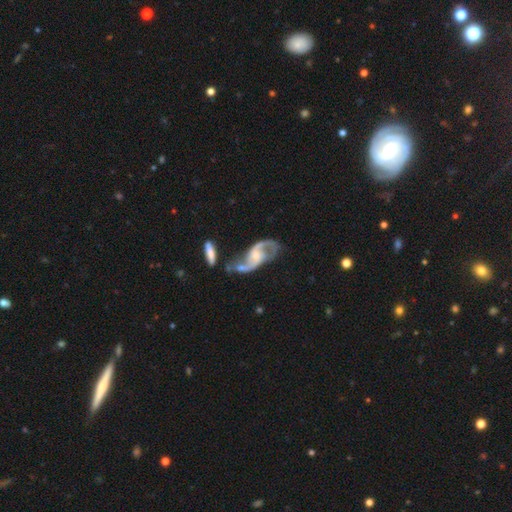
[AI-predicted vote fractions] Morphology: type=featured or disk (89%); edge-on=no (96%); bar=no (47%); spiral arms=yes (95%); winding=loose (53%); arm count=2 (91%); bulge=small (50%); merging=none (42%).